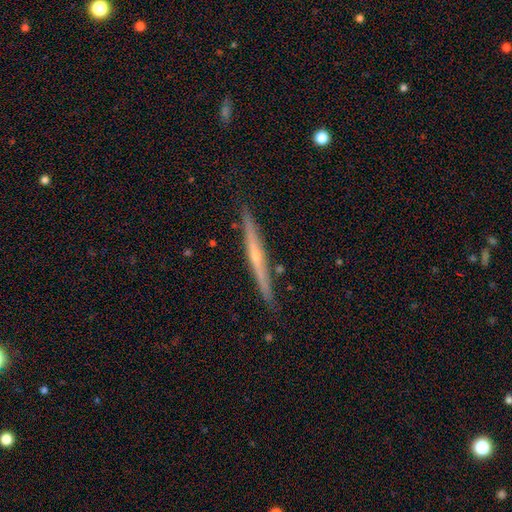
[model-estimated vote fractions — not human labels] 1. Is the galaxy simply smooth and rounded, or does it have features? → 73% featured or disk, 21% smooth, 6% star or artifact.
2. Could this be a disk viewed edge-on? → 97% yes, 3% no.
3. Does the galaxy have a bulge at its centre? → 69% rounded, 28% none, 3% boxy.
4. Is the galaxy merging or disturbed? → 88% none, 9% minor disturbance, 2% merger, 2% major disturbance.